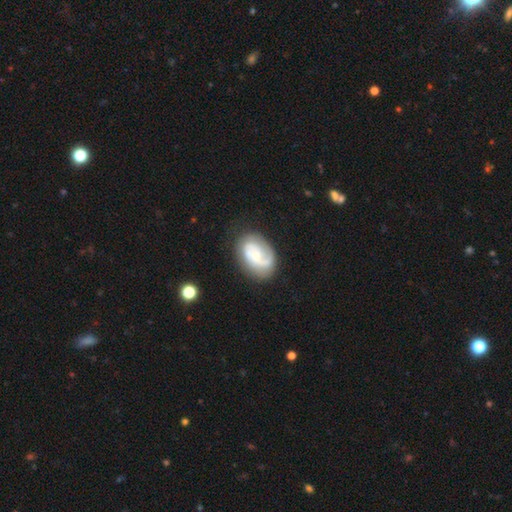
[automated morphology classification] Smooth or featured?
  - featured or disk: 77% *
  - smooth: 17%
  - star or artifact: 5%
Edge-on disk?
  - no: 97% *
  - yes: 3%
Bar?
  - no: 66% *
  - weak: 28%
  - strong: 6%
Spiral arms?
  - yes: 91% *
  - no: 9%
Spiral winding?
  - medium: 42% *
  - tight: 37%
  - loose: 22%
Spiral arm count?
  - 2: 63% *
  - 1: 17%
  - can't tell: 13%
  - 3: 5%
  - 4: 2%
  - more than 4: 1%
Bulge size?
  - small: 50% *
  - moderate: 46%
  - large: 2%
  - none: 1%
  - dominant: 1%
Merging?
  - none: 73% *
  - minor disturbance: 18%
  - major disturbance: 8%
  - merger: 2%